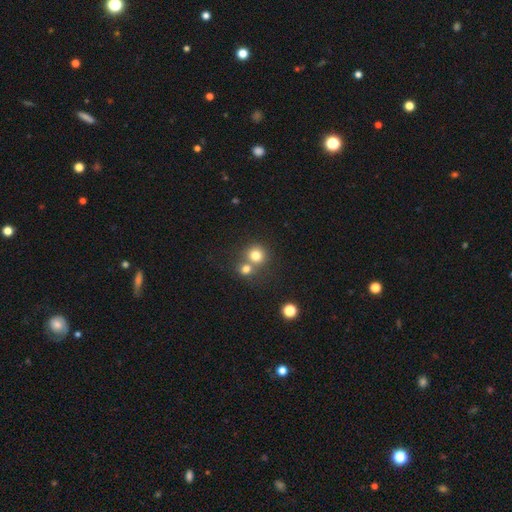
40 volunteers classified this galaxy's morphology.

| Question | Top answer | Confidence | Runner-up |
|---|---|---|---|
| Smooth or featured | smooth | 88% | featured or disk (10%) |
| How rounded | round | 94% | in between (6%) |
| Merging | none | 64% | merger (31%) |